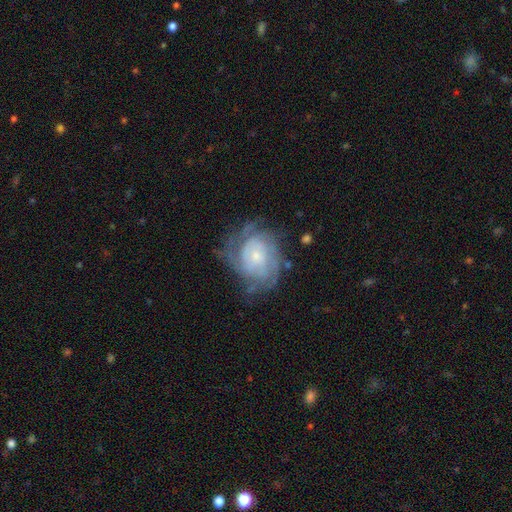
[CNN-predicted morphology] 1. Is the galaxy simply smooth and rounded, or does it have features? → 79% featured or disk, 14% smooth, 7% star or artifact.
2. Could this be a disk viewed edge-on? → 97% no, 3% yes.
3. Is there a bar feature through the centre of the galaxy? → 71% no, 24% weak, 5% strong.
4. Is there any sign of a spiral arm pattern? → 91% yes, 9% no.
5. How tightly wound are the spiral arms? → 64% tight, 28% medium, 8% loose.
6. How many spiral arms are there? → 41% can't tell, 23% 2, 16% 3, 9% 4, 5% 1, 5% more than 4.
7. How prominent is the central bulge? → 64% small, 28% moderate, 4% none, 3% large, 1% dominant.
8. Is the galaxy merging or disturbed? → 62% none, 22% minor disturbance, 14% major disturbance, 2% merger.